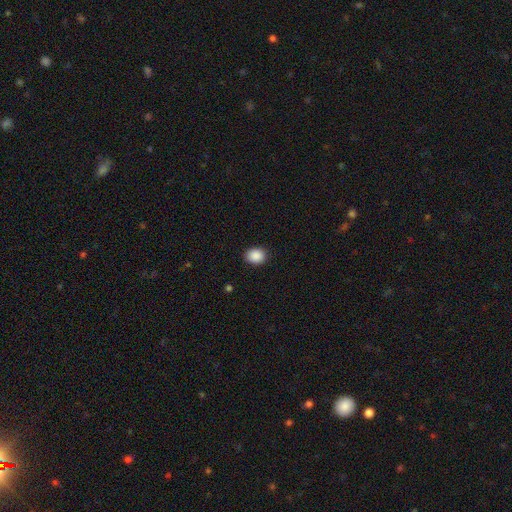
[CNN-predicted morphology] This is clearly a smooth galaxy (89%). How rounded: possibly round (56%). Merging: clearly none (89%).